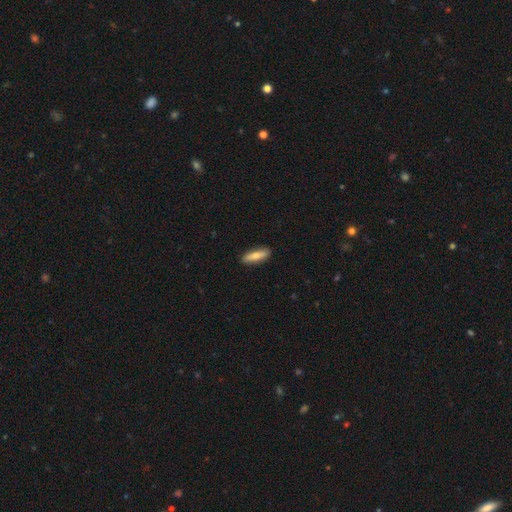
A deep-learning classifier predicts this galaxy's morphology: type=smooth (72%); roundness=cigar-shaped (60%); merging=none (89%).